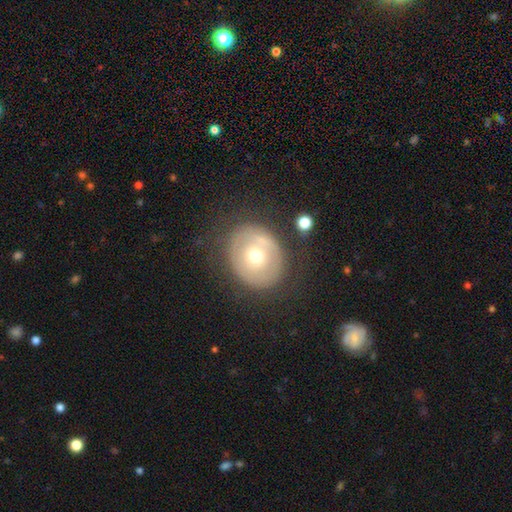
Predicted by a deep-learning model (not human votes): Overall: smooth (49%; featured or disk 43%). Merging: none (72%).